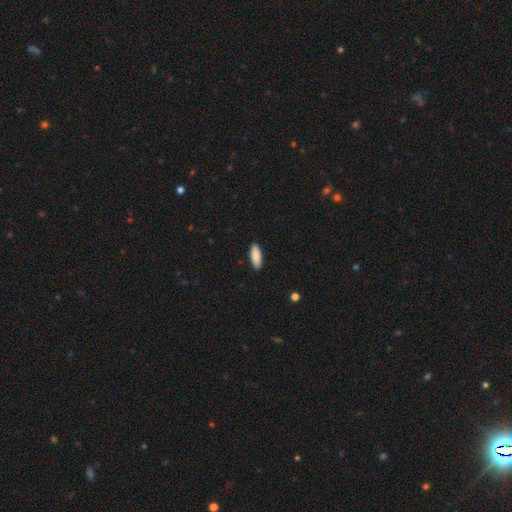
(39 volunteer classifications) smooth 87%, star or artifact 8%, featured or disk 5%. Down the decision tree: how rounded — in between (62%); merging — none (94%).